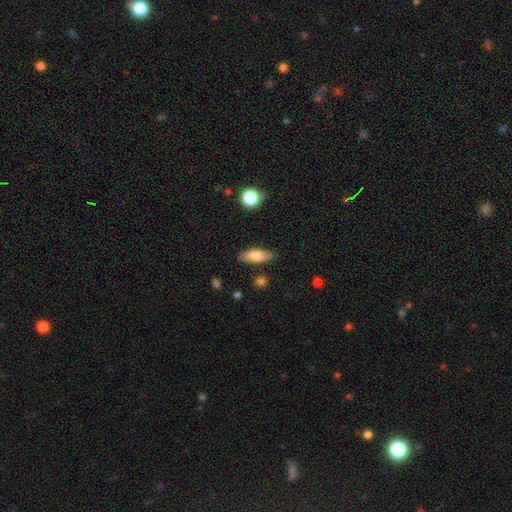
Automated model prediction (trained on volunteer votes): Smooth or featured?
  - smooth: 79% *
  - featured or disk: 14%
  - star or artifact: 7%
How rounded?
  - in between: 68% *
  - cigar-shaped: 30%
  - round: 3%
Merging?
  - none: 85% *
  - minor disturbance: 11%
  - major disturbance: 3%
  - merger: 2%